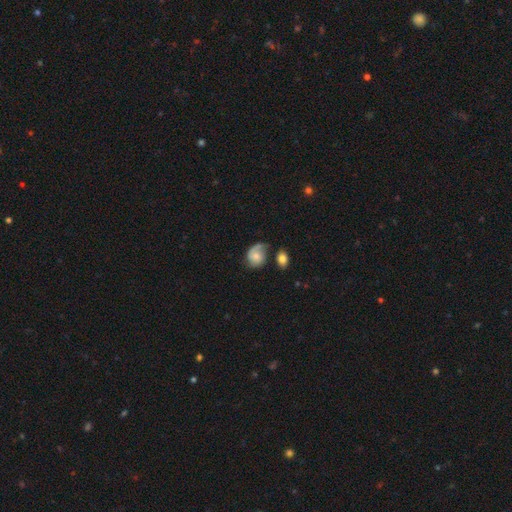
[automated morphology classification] A smooth galaxy with no disk features (48%). Merging: none (41%).